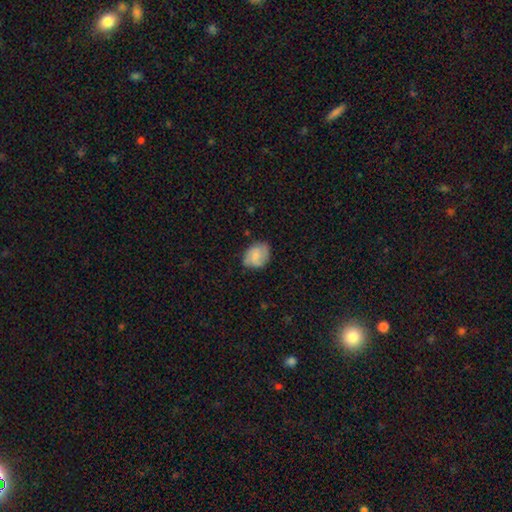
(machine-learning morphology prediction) This appears to be a smooth galaxy with no disk features (62%) that is in between round and cigar-shaped (60%). Merging: none (65%).